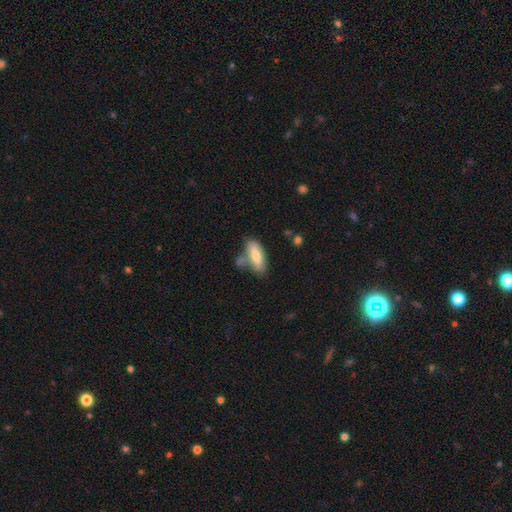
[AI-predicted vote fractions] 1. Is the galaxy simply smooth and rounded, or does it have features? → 67% smooth, 26% featured or disk, 6% star or artifact.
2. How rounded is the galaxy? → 63% in between, 35% cigar-shaped, 2% round.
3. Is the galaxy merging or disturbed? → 57% none, 19% minor disturbance, 19% merger, 6% major disturbance.